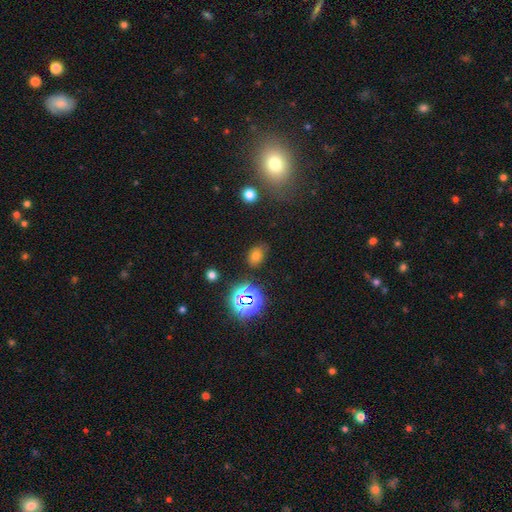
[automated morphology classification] This appears to be a smooth galaxy with no disk features (67%) that is in between round and cigar-shaped (73%). Merging: none (78%).